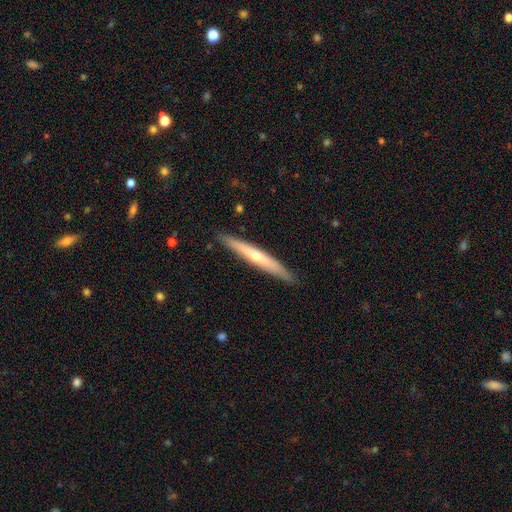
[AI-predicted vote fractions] featured or disk 53%, smooth 42%, star or artifact 5%. Down the decision tree: edge-on disk — yes (94%); merging — none (90%).